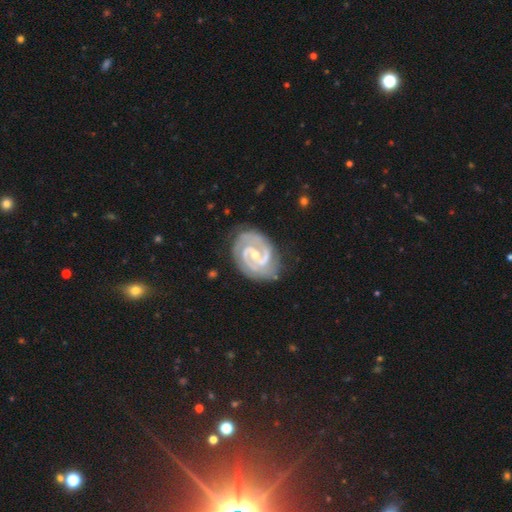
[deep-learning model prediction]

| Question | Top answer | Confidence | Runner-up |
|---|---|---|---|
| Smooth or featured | featured or disk | 93% | star or artifact (4%) |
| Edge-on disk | no | 98% | yes (2%) |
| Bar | weak | 46% | no (29%) |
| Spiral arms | yes | 99% | no (1%) |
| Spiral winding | tight | 62% | medium (33%) |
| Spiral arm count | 2 | 86% | 3 (6%) |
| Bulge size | small | 54% | moderate (43%) |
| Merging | none | 79% | minor disturbance (16%) |